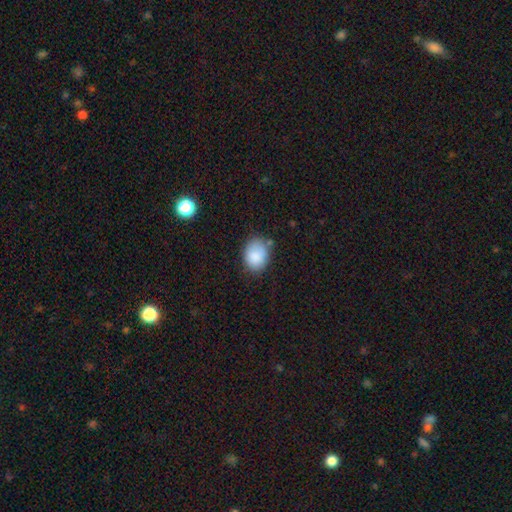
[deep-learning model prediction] A smooth galaxy with no disk features (87%) that is in between round and cigar-shaped (63%). Merging: none (69%).